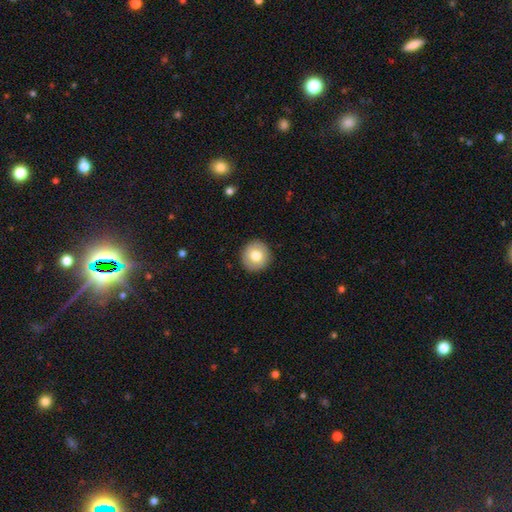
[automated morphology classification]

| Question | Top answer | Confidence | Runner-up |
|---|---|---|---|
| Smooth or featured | smooth | 77% | featured or disk (16%) |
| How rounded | round | 94% | in between (5%) |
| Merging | none | 92% | minor disturbance (5%) |